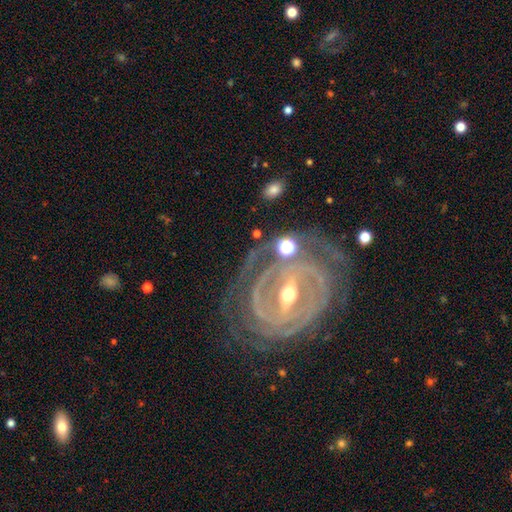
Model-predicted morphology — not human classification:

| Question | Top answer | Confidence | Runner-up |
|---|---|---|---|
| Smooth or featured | featured or disk | 89% | star or artifact (6%) |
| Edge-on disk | no | 95% | yes (5%) |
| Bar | strong | 58% | weak (30%) |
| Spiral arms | yes | 92% | no (8%) |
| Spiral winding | tight | 72% | medium (22%) |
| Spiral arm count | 2 | 36% | can't tell (25%) |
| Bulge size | moderate | 53% | small (43%) |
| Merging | none | 65% | minor disturbance (18%) |